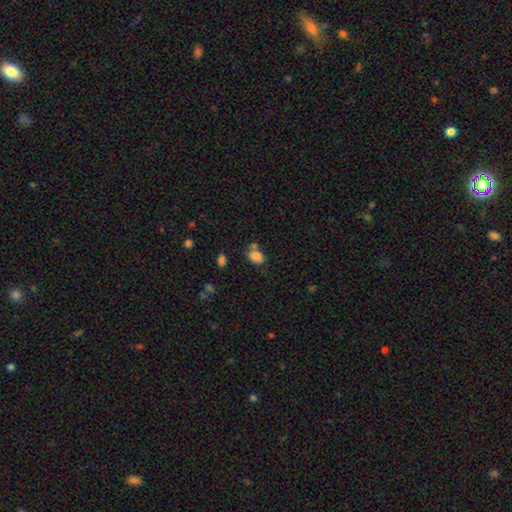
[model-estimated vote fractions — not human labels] This appears to be a smooth galaxy with no disk features (83%) that is in between round and cigar-shaped (79%). Merging: none (55%).